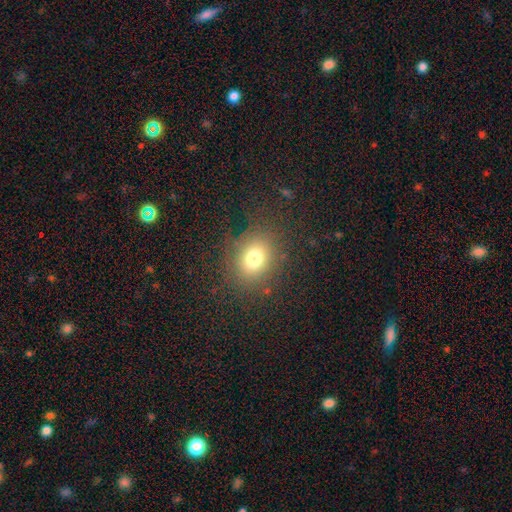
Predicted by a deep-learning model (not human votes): Morphology: type=smooth (75%); roundness=round (53%); merging=none (88%).